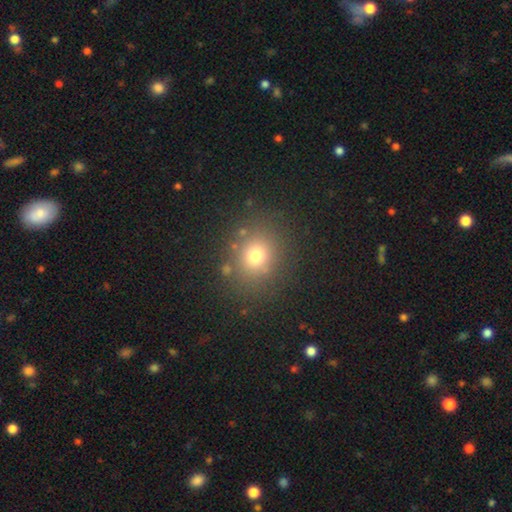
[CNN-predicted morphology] smooth_or_featured: smooth (p=0.72) [alt: star or artifact p=0.19]
how_rounded: round (p=0.76) [alt: in between p=0.23]
merging: none (p=0.83) [alt: minor disturbance p=0.09]